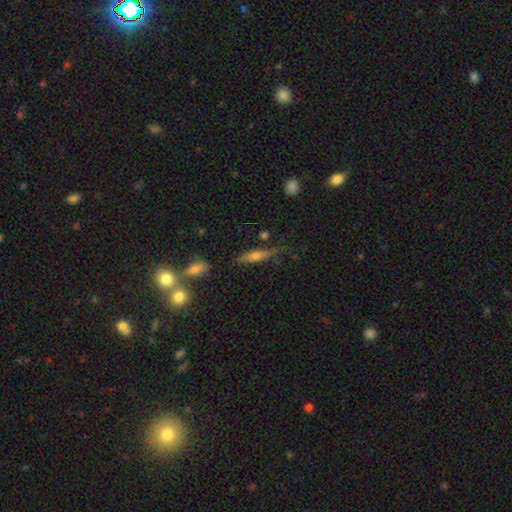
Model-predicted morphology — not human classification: featured or disk 47%, smooth 42%, star or artifact 10%. Down the decision tree: merging — none (75%).